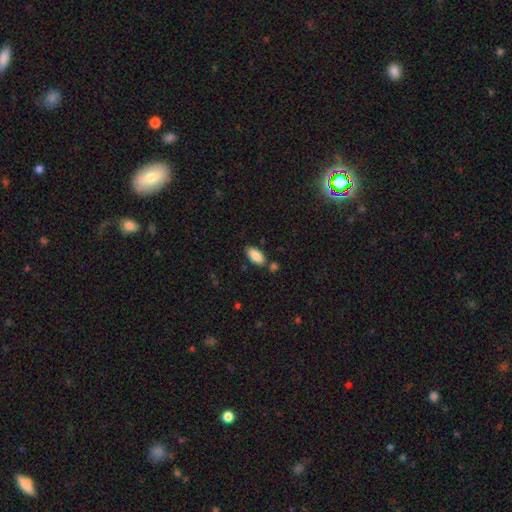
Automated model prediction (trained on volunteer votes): smooth-or-featured: smooth: 87% | star or artifact: 7% | featured or disk: 6%
  how-rounded: in between: 92% | cigar-shaped: 6% | round: 2%
  merging: none: 76% | minor disturbance: 13% | merger: 9% | major disturbance: 3%